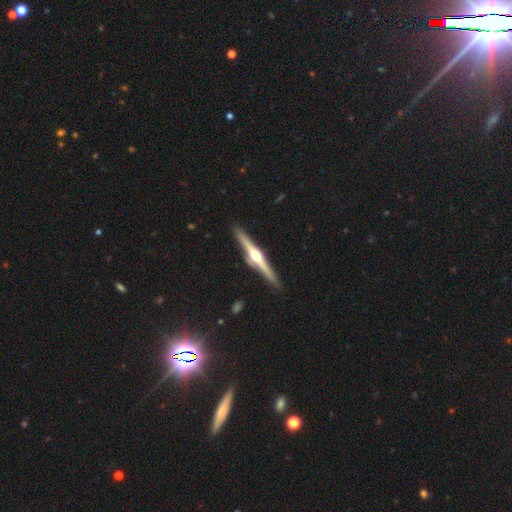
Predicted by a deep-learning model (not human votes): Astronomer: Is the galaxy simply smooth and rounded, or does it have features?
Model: featured or disk — 82%.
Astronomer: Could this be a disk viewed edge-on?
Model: yes — 98%.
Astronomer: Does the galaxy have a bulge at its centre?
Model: rounded — 94%.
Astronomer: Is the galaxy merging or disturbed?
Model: none — 89%.